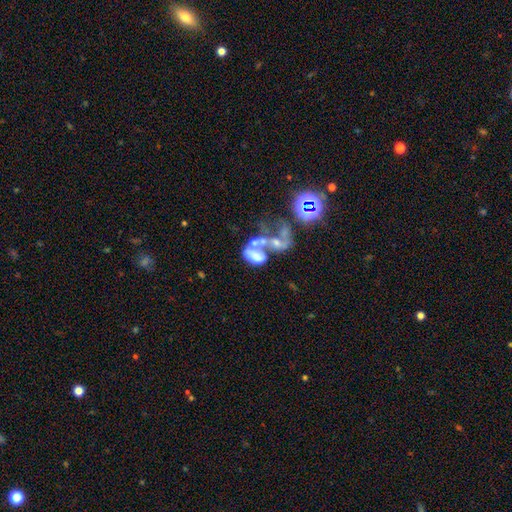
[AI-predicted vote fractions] Morphology: type=smooth (44%); merging=merger (63%).